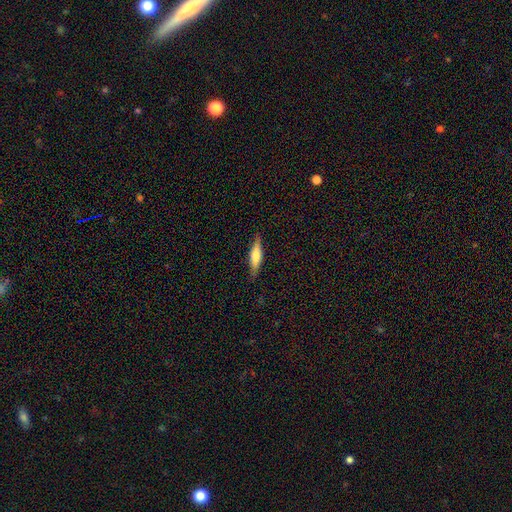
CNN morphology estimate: smooth 56%, featured or disk 37%, star or artifact 6%. Down the decision tree: how rounded — cigar-shaped (73%); merging — none (86%).